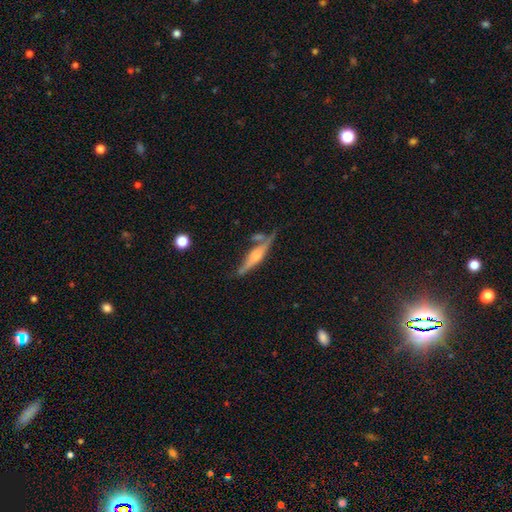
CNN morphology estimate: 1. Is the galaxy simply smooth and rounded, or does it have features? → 60% featured or disk, 33% smooth, 7% star or artifact.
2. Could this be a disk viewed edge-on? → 92% yes, 8% no.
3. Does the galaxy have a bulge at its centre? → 71% rounded, 17% boxy, 12% none.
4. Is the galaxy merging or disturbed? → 58% none, 18% minor disturbance, 17% merger, 7% major disturbance.